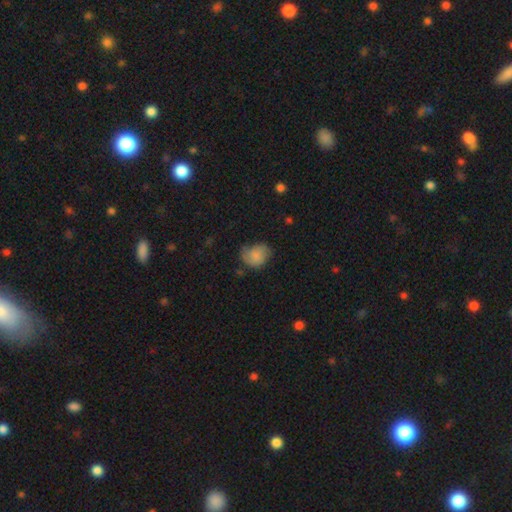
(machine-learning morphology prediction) Overall: smooth (67%). How rounded: round (55%; in between 44%). Merging: none (56%; minor disturbance 31%).